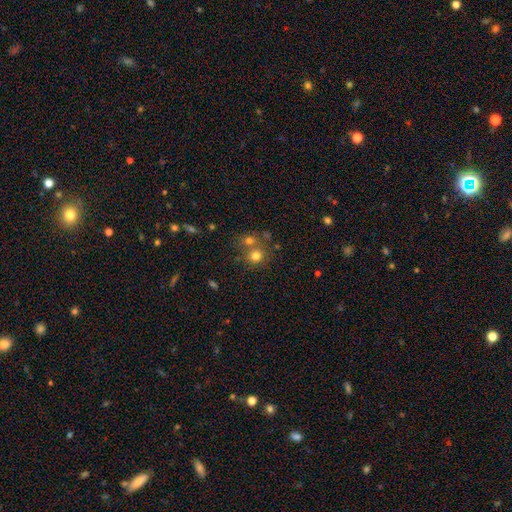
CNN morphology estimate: Smooth or featured? Predicted: smooth (p=0.74). How rounded? Predicted: round (p=0.84). Merging? Predicted: none (p=0.54).